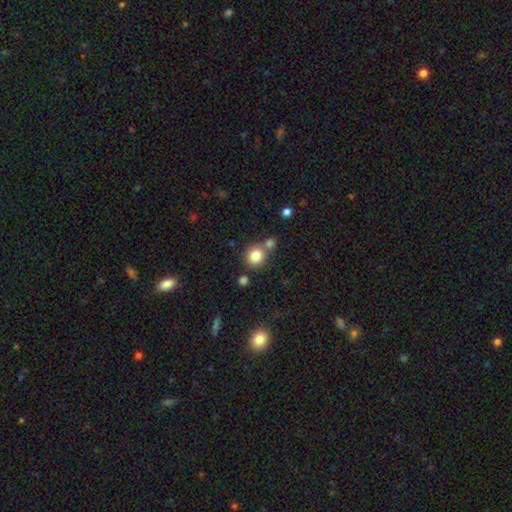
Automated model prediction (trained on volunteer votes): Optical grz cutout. It shows a smooth galaxy with no disk features (82%) that is round (87%). Merging: none (64%).